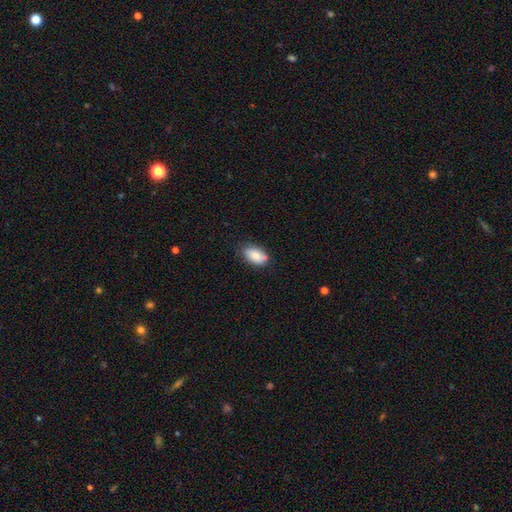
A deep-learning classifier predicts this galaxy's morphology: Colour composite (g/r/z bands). It shows a smooth galaxy with no disk features (82%) that is in between round and cigar-shaped (92%). Merging: none (76%).